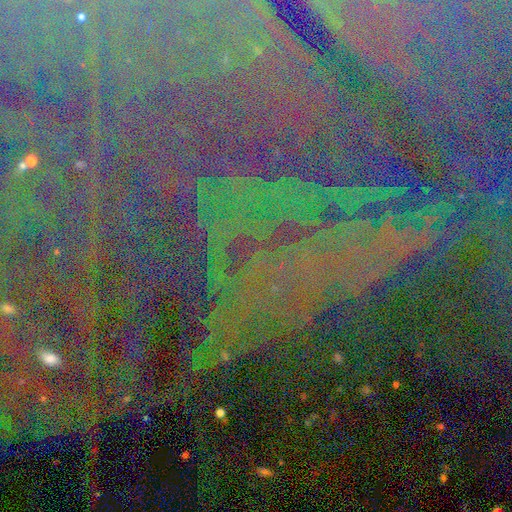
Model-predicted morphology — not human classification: Smooth or featured?
  - star or artifact: 88% *
  - featured or disk: 7%
  - smooth: 6%